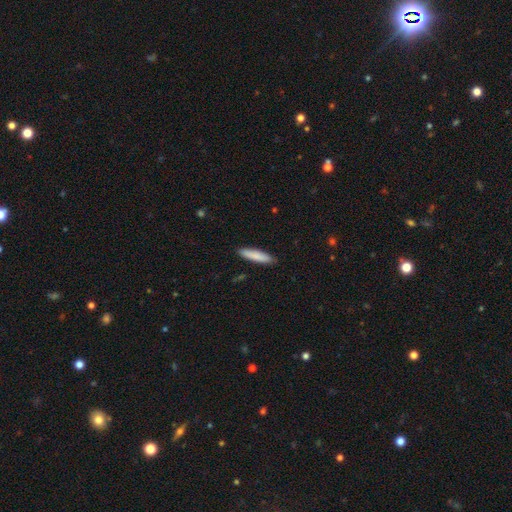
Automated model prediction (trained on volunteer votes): The model was most divided on "how rounded": cigar-shaped: 82%, in between: 17%, round: 1%. More confident: merging — none (89%); smooth or featured — smooth (85%).